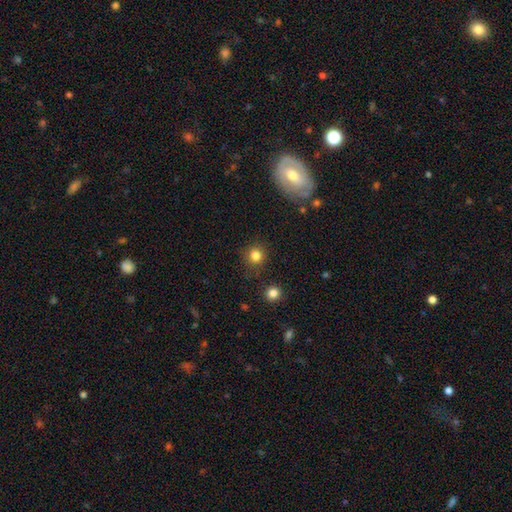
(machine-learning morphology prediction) A smooth galaxy with no disk features (82%) that is round (92%).

Vote fractions:
- Smooth or featured? smooth: 82% / star or artifact: 13% / featured or disk: 5%
- How rounded? round: 92% / in between: 7% / cigar-shaped: 1%
- Merging? none: 87% / minor disturbance: 7% / major disturbance: 3% / merger: 2%